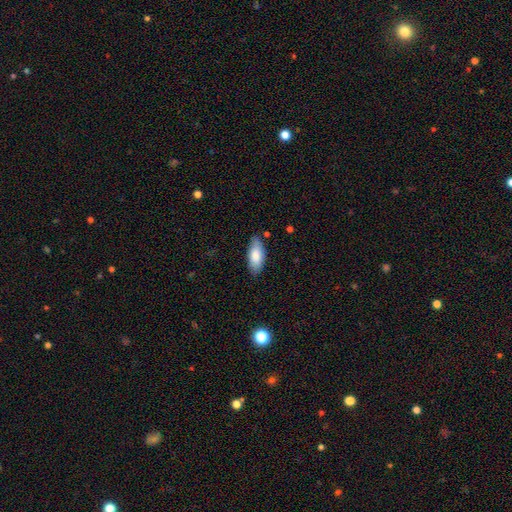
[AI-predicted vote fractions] A smooth galaxy with no disk features (82%) that is in between round and cigar-shaped (84%). Merging: none (80%).